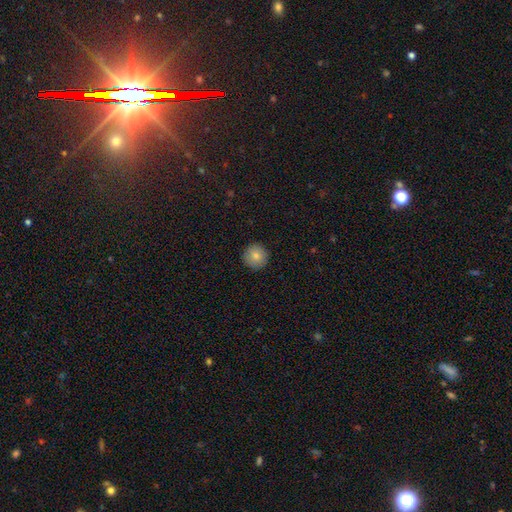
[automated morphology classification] smooth 83%, featured or disk 9%, star or artifact 8%. Down the decision tree: how rounded — round (95%); merging — none (92%).